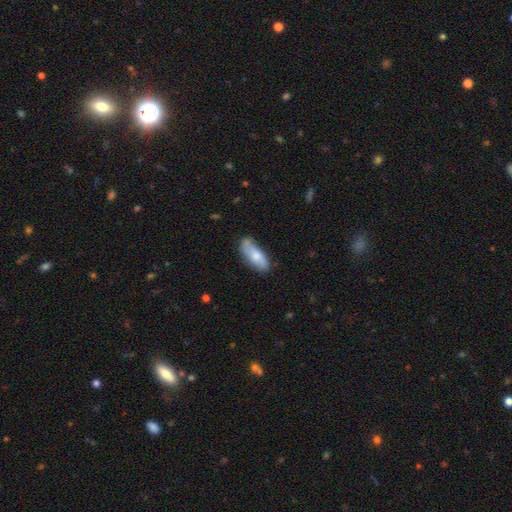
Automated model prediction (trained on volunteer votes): Smooth or featured?
  - smooth: 71% *
  - featured or disk: 23%
  - star or artifact: 6%
How rounded?
  - in between: 73% *
  - cigar-shaped: 25%
  - round: 2%
Merging?
  - none: 72% *
  - minor disturbance: 21%
  - major disturbance: 4%
  - merger: 3%